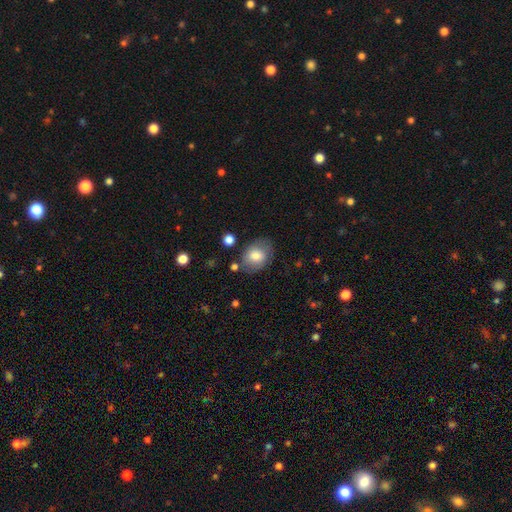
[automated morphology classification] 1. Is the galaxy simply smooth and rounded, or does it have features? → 75% smooth, 17% featured or disk, 8% star or artifact.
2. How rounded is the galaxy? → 65% in between, 34% round, 1% cigar-shaped.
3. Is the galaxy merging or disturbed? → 75% none, 16% minor disturbance, 5% major disturbance, 4% merger.